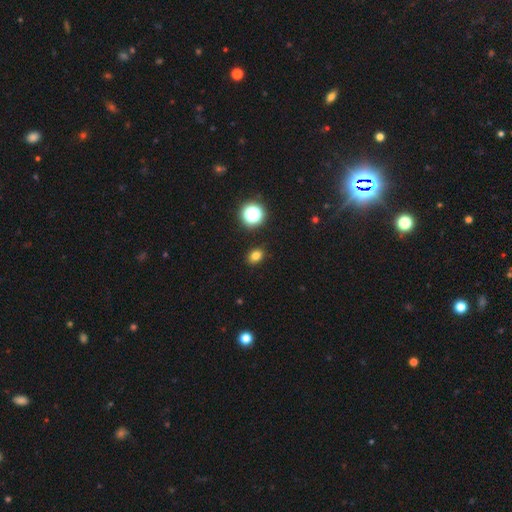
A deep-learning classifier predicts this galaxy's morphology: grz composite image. It shows a smooth galaxy with no disk features (78%) that is in between round and cigar-shaped (65%). Merging: none (89%).